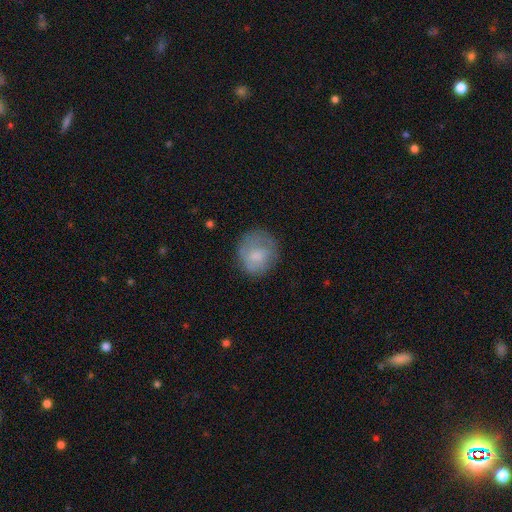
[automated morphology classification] smooth 69%, featured or disk 23%, star or artifact 8%. Down the decision tree: how rounded — round (80%); merging — none (64%).